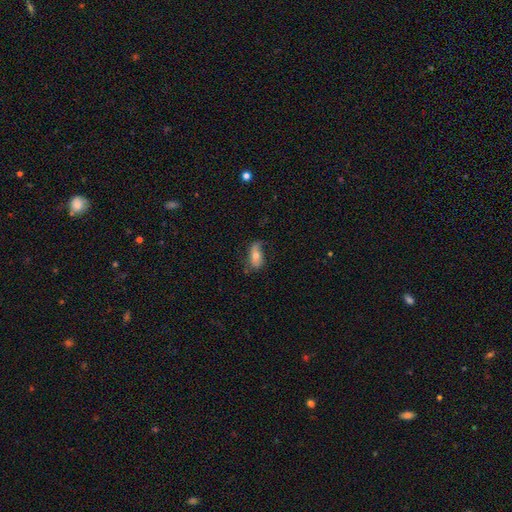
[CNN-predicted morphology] This appears to be a smooth galaxy with no disk features (61%) that is in between round and cigar-shaped (84%). Merging: none (54%).